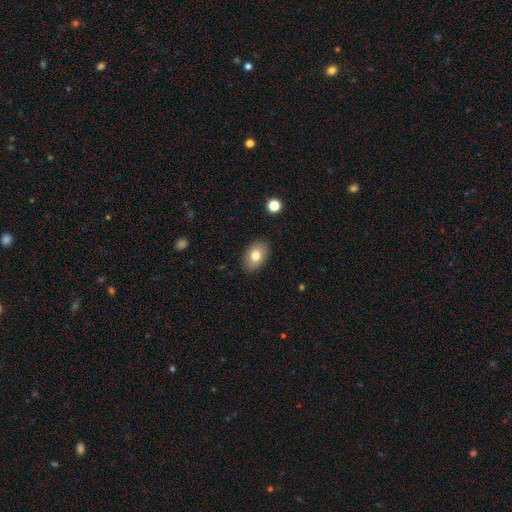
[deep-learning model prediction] Smooth or featured?
  - smooth: 79% *
  - featured or disk: 13%
  - star or artifact: 8%
How rounded?
  - in between: 85% *
  - round: 14%
  - cigar-shaped: 1%
Merging?
  - none: 88% *
  - minor disturbance: 9%
  - major disturbance: 2%
  - merger: 1%